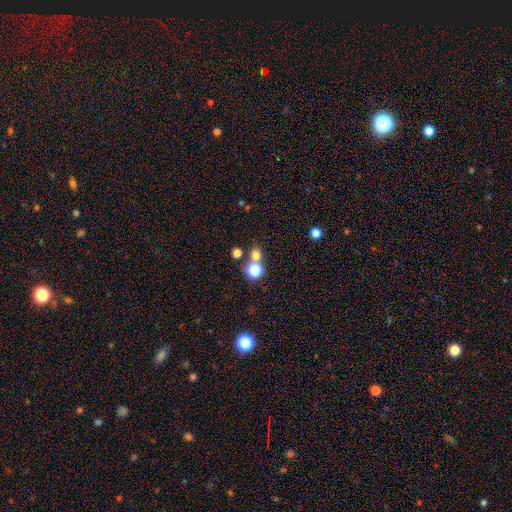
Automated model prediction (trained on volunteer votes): smooth 70%, star or artifact 22%, featured or disk 8%. Down the decision tree: how rounded — round (84%); merging — none (59%).